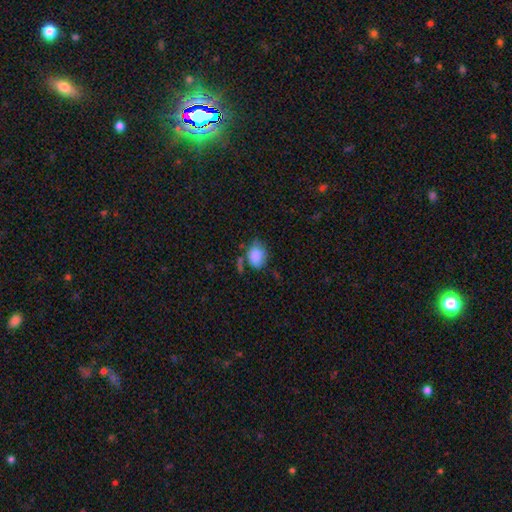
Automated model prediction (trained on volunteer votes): Smooth or featured? Predicted: smooth (p=0.84). How rounded? Predicted: in between (p=0.64). Merging? Predicted: none (p=0.54).